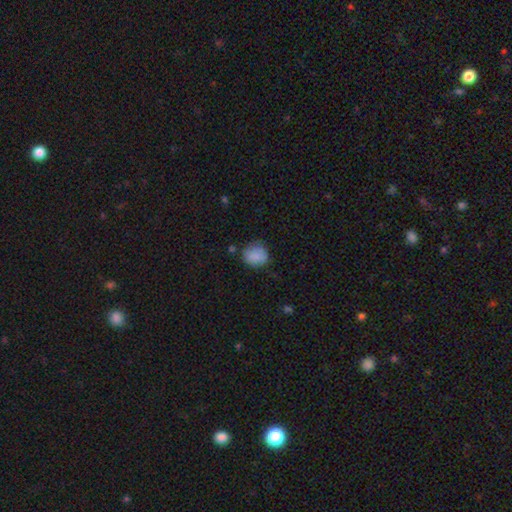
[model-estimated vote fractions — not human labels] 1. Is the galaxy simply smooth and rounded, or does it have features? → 85% smooth, 8% star or artifact, 7% featured or disk.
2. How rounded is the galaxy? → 73% round, 26% in between, 1% cigar-shaped.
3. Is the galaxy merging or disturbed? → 70% none, 22% minor disturbance, 5% major disturbance, 3% merger.